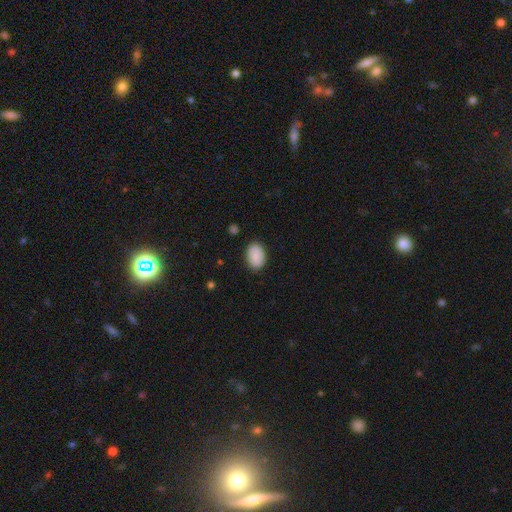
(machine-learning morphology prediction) This appears to be a smooth galaxy with no disk features (88%) that is in between round and cigar-shaped (84%). Merging: none (86%).